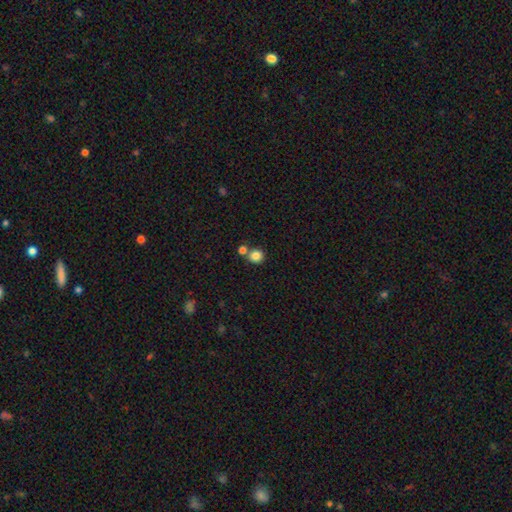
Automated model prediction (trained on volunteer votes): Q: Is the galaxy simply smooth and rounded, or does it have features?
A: smooth — 83%.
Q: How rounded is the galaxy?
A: round — 88%.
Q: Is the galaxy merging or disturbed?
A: none — 65%.